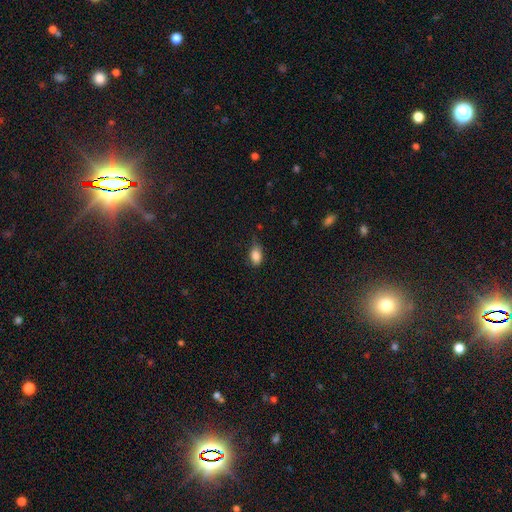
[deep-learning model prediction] Smooth or featured?
  - smooth: 85% *
  - star or artifact: 9%
  - featured or disk: 6%
How rounded?
  - in between: 85% *
  - round: 13%
  - cigar-shaped: 3%
Merging?
  - none: 55% *
  - minor disturbance: 36%
  - major disturbance: 8%
  - merger: 2%